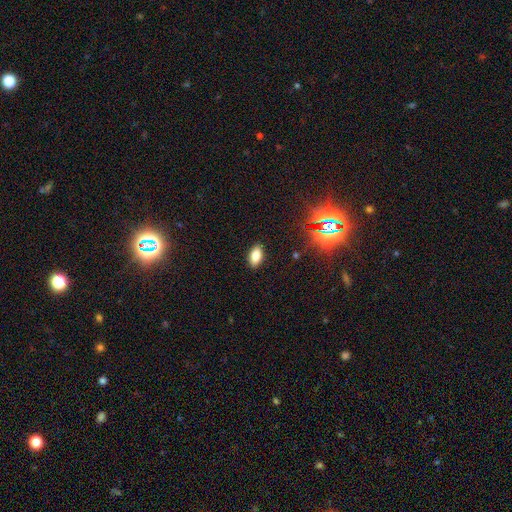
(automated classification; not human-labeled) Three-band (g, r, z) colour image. It shows a smooth galaxy with no disk features (80%) that is in between round and cigar-shaped (90%). Merging: none (89%).